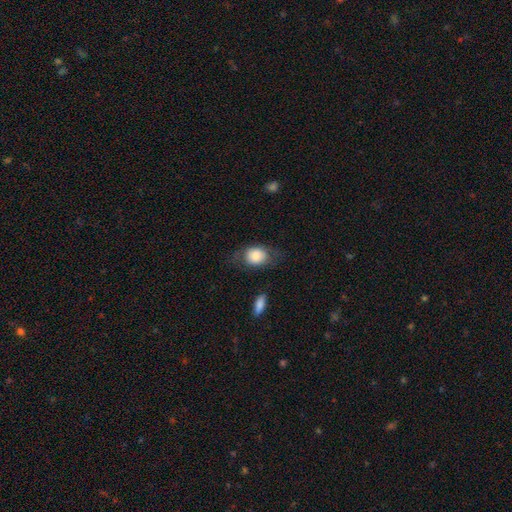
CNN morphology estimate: smooth_or_featured: smooth (p=0.76) [alt: featured or disk p=0.17]
how_rounded: in between (p=0.58) [alt: round p=0.41]
merging: none (p=0.63) [alt: minor disturbance p=0.22]